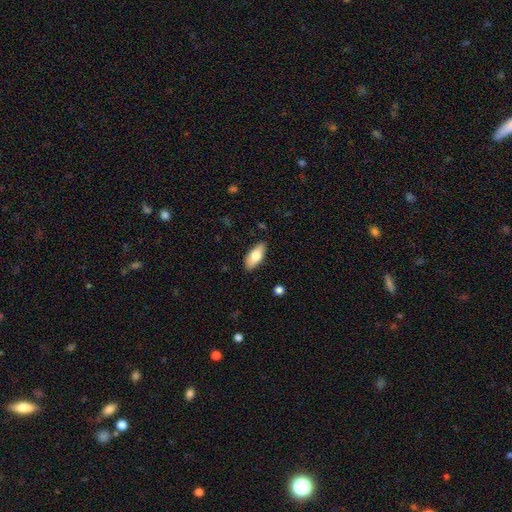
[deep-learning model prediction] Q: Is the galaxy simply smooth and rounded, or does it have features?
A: smooth — 75%.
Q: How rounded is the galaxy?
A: in between — 86%.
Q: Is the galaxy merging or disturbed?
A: none — 86%.